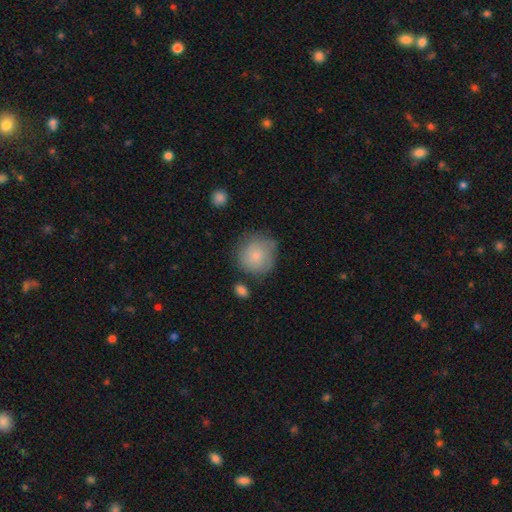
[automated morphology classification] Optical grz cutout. It shows a smooth galaxy with no disk features (77%) that is round (90%). Merging: none (65%).